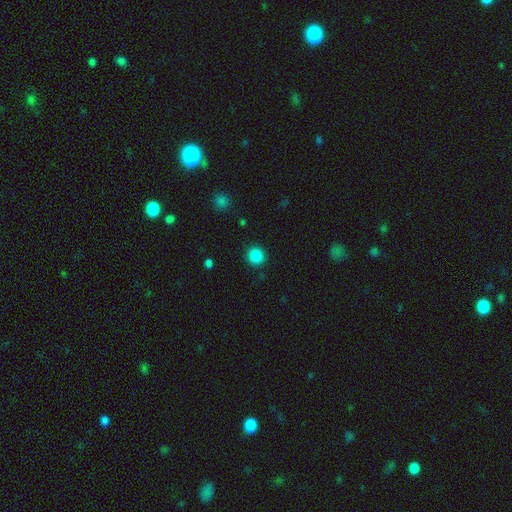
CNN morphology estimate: smooth 86%, star or artifact 11%, featured or disk 3%. Down the decision tree: how rounded — round (93%); merging — none (91%).